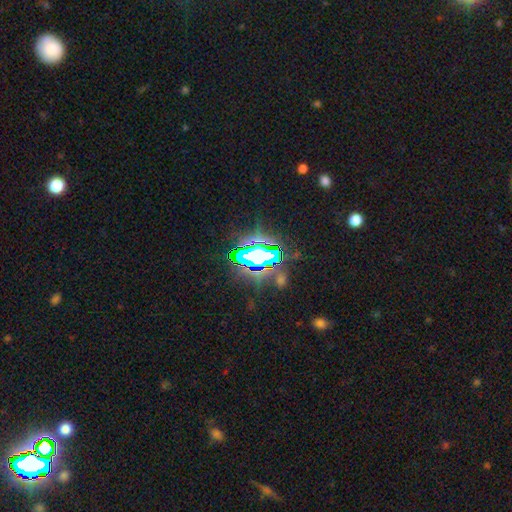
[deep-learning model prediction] Smooth or featured? Predicted: star or artifact (p=0.74).